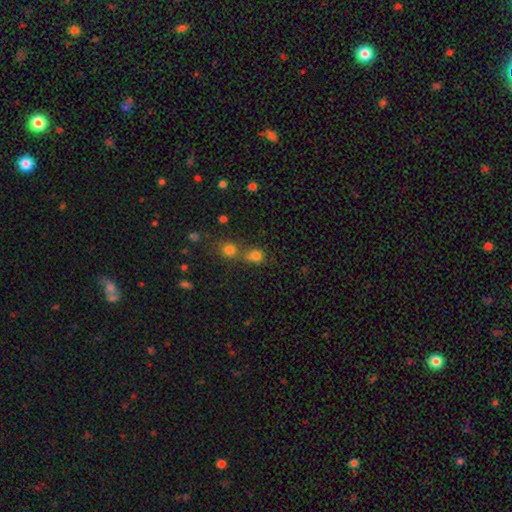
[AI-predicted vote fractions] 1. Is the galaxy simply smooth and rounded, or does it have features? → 74% smooth, 17% star or artifact, 9% featured or disk.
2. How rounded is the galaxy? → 79% round, 20% in between, 1% cigar-shaped.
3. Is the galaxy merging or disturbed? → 46% none, 43% merger, 8% minor disturbance, 3% major disturbance.